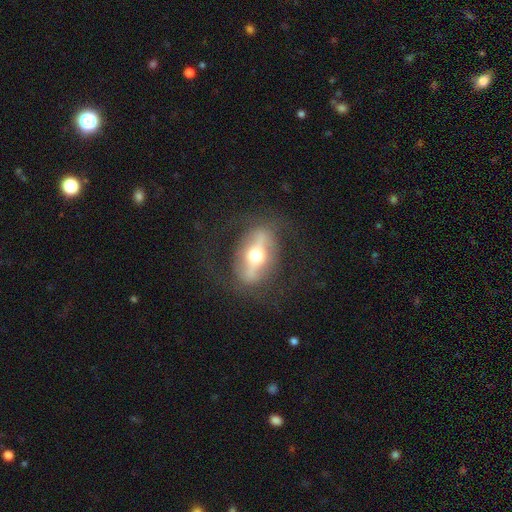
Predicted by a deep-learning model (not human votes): A featured or disk galaxy (70%).

Vote fractions:
- Smooth or featured? featured or disk: 70% / smooth: 23% / star or artifact: 7%
- Edge-on disk? no: 56% / yes: 44%
- Merging? none: 76% / minor disturbance: 13% / major disturbance: 10% / merger: 1%